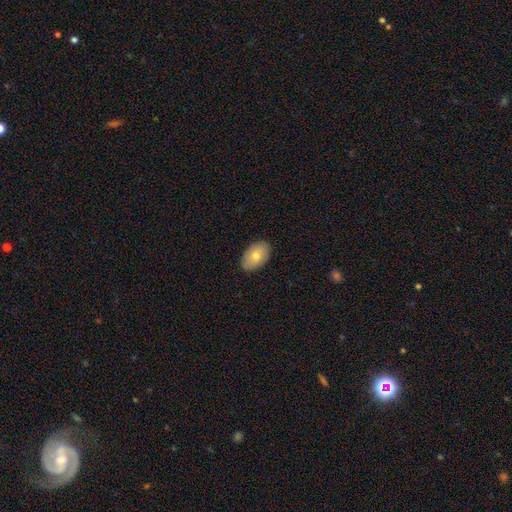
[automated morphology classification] smooth_or_featured: smooth (p=0.73) [alt: featured or disk p=0.20]
how_rounded: in between (p=0.92) [alt: round p=0.07]
merging: none (p=0.88) [alt: minor disturbance p=0.09]